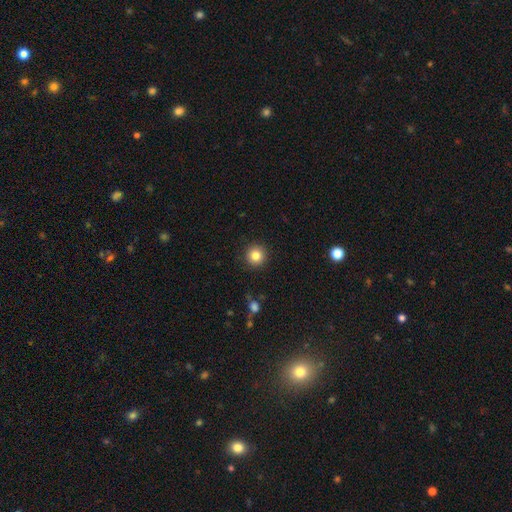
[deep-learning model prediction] Smooth or featured: smooth — 83% (star or artifact — 11%)
How rounded: round — 95% (in between — 4%)
Merging: none — 91% (minor disturbance — 6%)